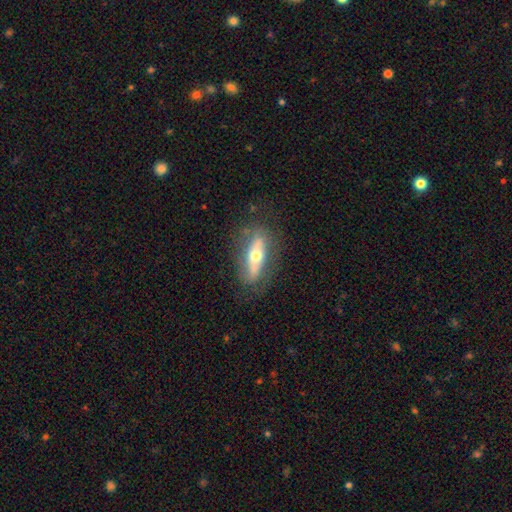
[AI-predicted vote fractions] Smooth or featured: featured or disk — 51% (smooth — 42%)
Edge-on disk: no — 50% (tied with yes — 50%)
Merging: none — 76% (minor disturbance — 15%)